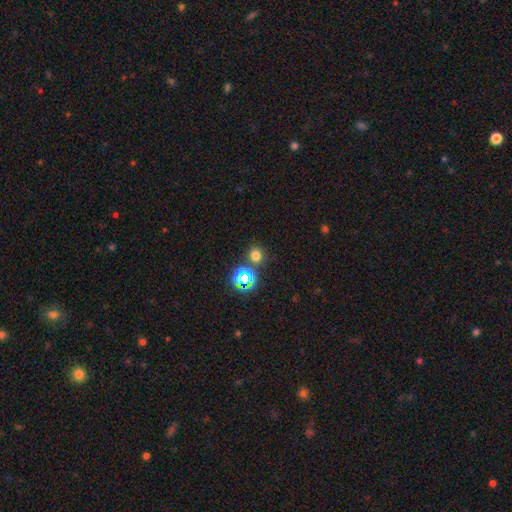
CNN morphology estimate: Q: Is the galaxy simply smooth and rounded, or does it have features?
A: smooth — 66%.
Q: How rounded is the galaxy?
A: round — 79%.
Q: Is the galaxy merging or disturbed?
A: none — 78%.